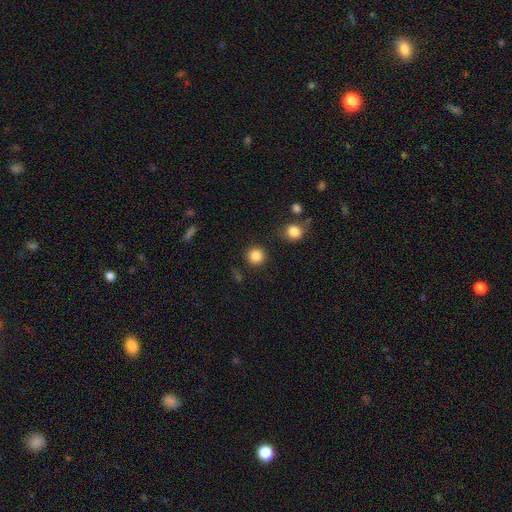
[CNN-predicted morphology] This appears to be a smooth galaxy with no disk features (85%) that is round (93%). Merging: none (87%).